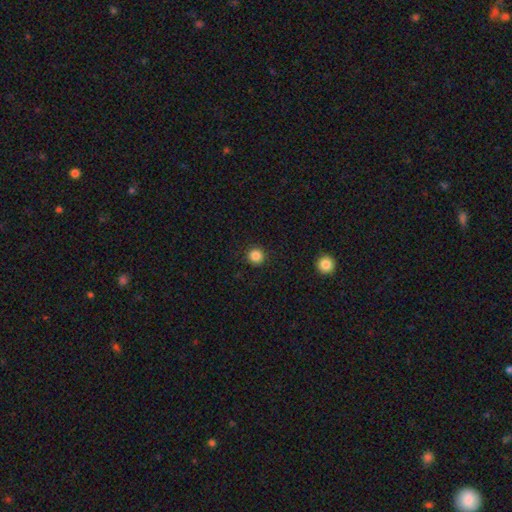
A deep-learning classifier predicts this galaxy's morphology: This is clearly a smooth galaxy (85%). How rounded: clearly round (95%). Merging: clearly none (92%).